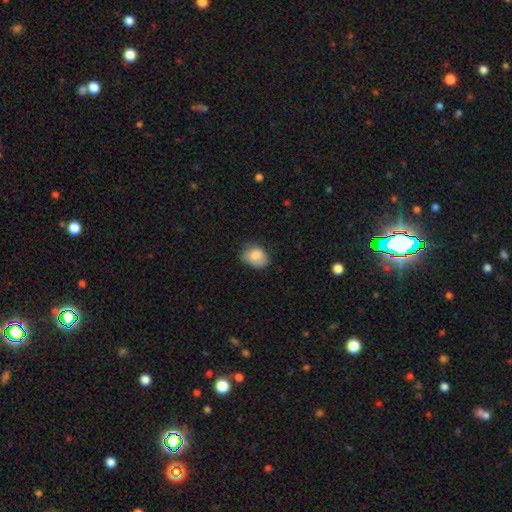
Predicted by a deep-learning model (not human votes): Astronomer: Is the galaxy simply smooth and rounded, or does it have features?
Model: smooth — 85%.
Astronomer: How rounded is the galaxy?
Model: in between — 63%.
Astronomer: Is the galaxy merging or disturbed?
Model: none — 54% (runner-up: minor disturbance, 36%).